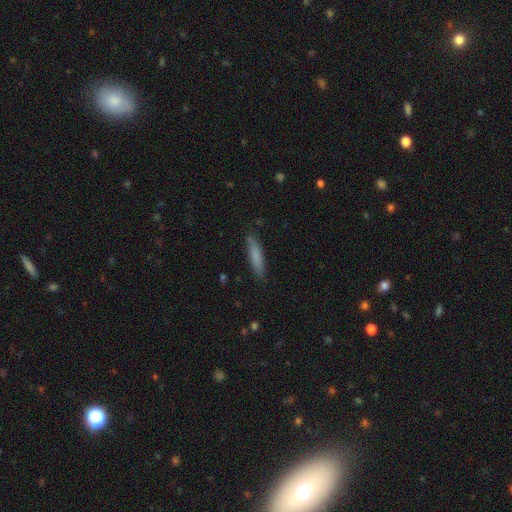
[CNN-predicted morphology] Smooth or featured?
  - smooth: 77% *
  - featured or disk: 17%
  - star or artifact: 6%
How rounded?
  - cigar-shaped: 86% *
  - in between: 12%
  - round: 1%
Merging?
  - none: 84% *
  - minor disturbance: 12%
  - major disturbance: 2%
  - merger: 1%